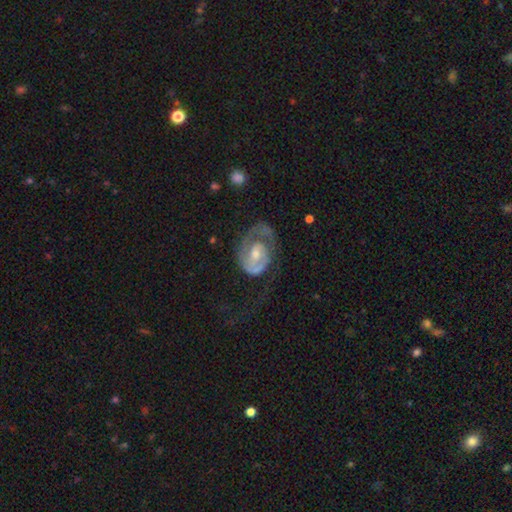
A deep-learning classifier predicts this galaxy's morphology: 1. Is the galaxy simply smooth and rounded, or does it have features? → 77% featured or disk, 17% smooth, 6% star or artifact.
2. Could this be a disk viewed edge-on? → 97% no, 3% yes.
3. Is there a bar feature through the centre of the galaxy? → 61% no, 33% weak, 7% strong.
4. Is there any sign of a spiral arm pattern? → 86% yes, 14% no.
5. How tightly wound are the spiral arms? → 49% tight, 34% medium, 17% loose.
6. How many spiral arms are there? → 56% 1, 27% 2, 12% can't tell, 2% 3, 1% 4, 1% more than 4.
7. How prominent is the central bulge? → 55% moderate, 32% small, 8% large, 4% none, 1% dominant.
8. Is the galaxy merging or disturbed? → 41% none, 36% major disturbance, 20% minor disturbance, 3% merger.